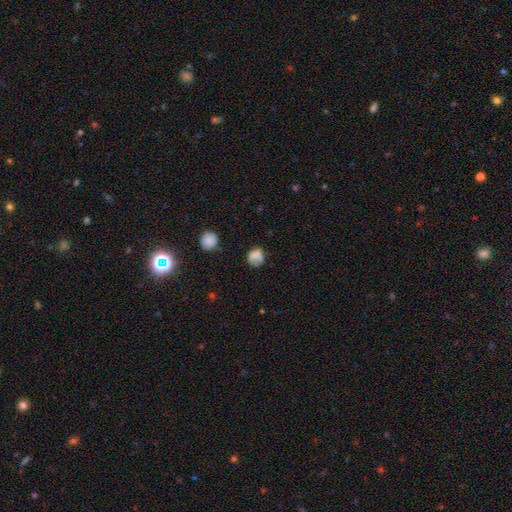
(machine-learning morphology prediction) A smooth galaxy with no disk features (75%) that is round (71%). Merging: none (54%).